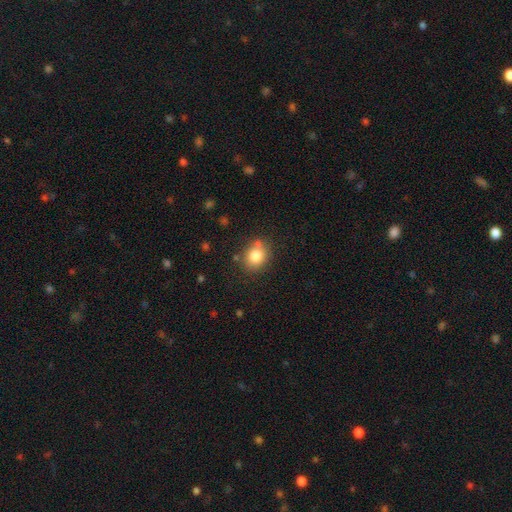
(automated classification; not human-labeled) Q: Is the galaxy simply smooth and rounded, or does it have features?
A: smooth — 81%.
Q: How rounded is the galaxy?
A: round — 64%.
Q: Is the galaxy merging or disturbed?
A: none — 73%.